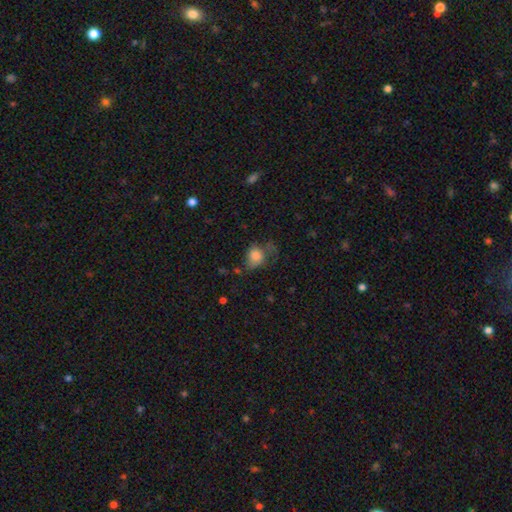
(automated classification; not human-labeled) Smooth or featured? smooth (77%)
How rounded? round (50%)
Merging? major disturbance (35%)